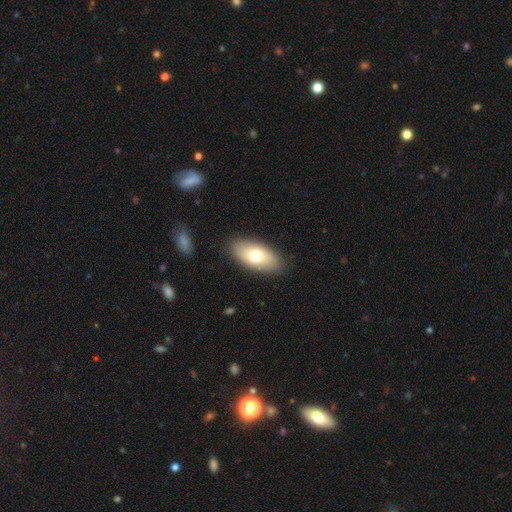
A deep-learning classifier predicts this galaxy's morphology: A smooth galaxy with no disk features (72%) that is in between round and cigar-shaped (92%). Merging: none (87%).